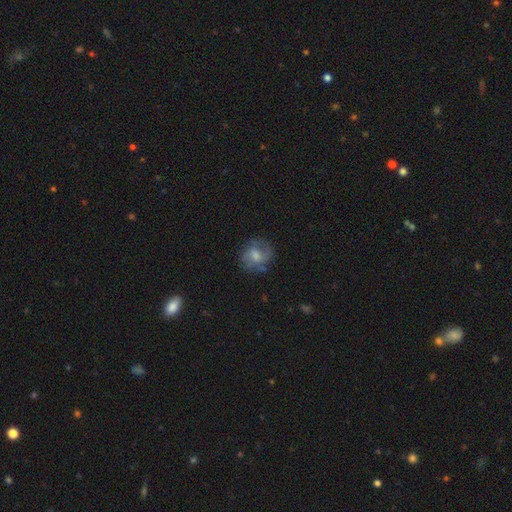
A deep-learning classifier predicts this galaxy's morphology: This is possibly a smooth galaxy (48%). Merging: likely none (63%).